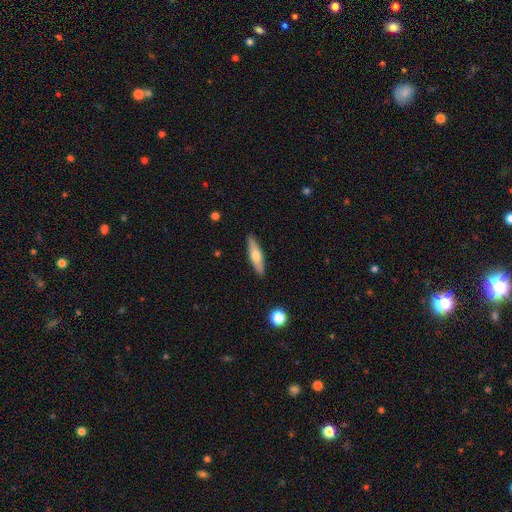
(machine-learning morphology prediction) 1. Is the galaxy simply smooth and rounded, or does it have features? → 57% smooth, 37% featured or disk, 6% star or artifact.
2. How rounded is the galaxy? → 71% cigar-shaped, 27% in between, 2% round.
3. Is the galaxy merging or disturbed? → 89% none, 8% minor disturbance, 2% major disturbance, 1% merger.